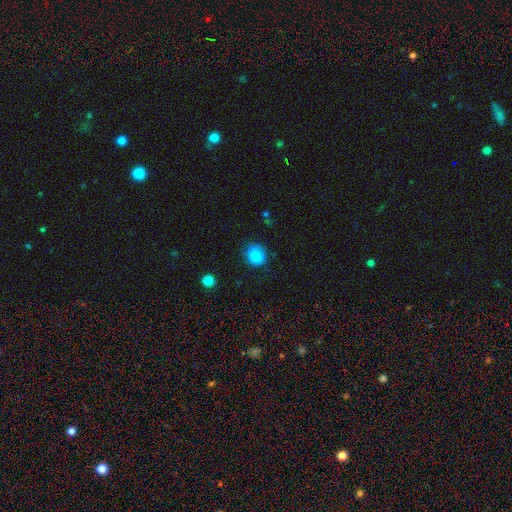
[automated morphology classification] Smooth or featured?
  - smooth: 87% *
  - star or artifact: 9%
  - featured or disk: 4%
How rounded?
  - round: 74% *
  - in between: 25%
  - cigar-shaped: 1%
Merging?
  - none: 78% *
  - minor disturbance: 16%
  - major disturbance: 4%
  - merger: 2%